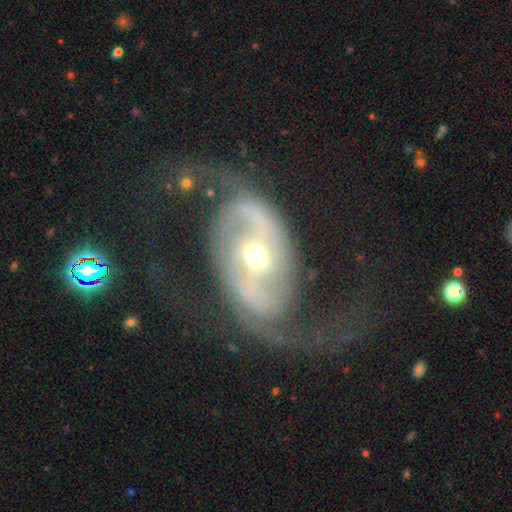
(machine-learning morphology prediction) This is clearly a featured or disk galaxy (88%). It is clearly not viewed edge-on (96%). Bar: marginally weak (34%). Spiral arm pattern: clearly yes (94%). Spiral arm count: clearly 2 (92%). Spiral winding: marginally loose (45%). Central bulge: likely moderate (69%). Merging: likely none (65%).